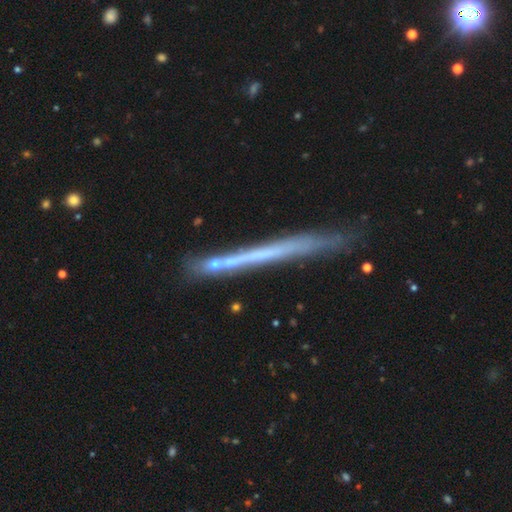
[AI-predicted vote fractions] This is possibly a featured or disk galaxy (55%). It is clearly viewed edge-on (94%). Edge-on bulge: clearly none (93%). Merging: likely none (76%).